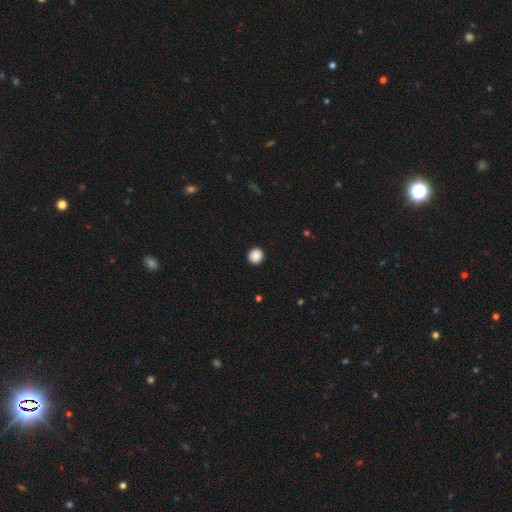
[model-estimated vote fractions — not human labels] Smooth or featured?
  - smooth: 89% *
  - star or artifact: 9%
  - featured or disk: 2%
How rounded?
  - round: 91% *
  - in between: 8%
  - cigar-shaped: 1%
Merging?
  - none: 93% *
  - minor disturbance: 4%
  - major disturbance: 2%
  - merger: 1%